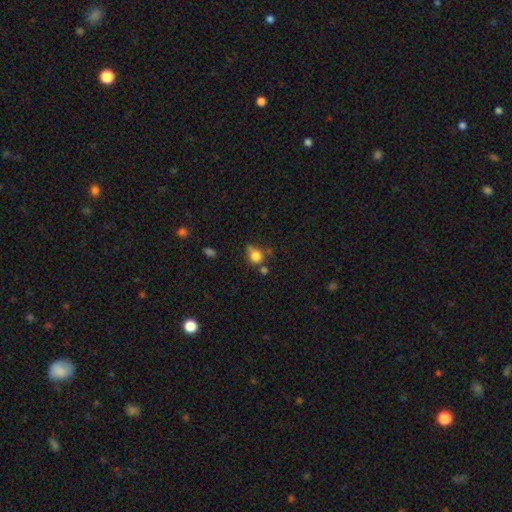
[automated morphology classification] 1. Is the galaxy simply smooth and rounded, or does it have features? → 77% smooth, 12% star or artifact, 11% featured or disk.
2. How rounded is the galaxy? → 74% round, 25% in between, 2% cigar-shaped.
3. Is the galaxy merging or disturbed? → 46% none, 27% minor disturbance, 14% merger, 12% major disturbance.